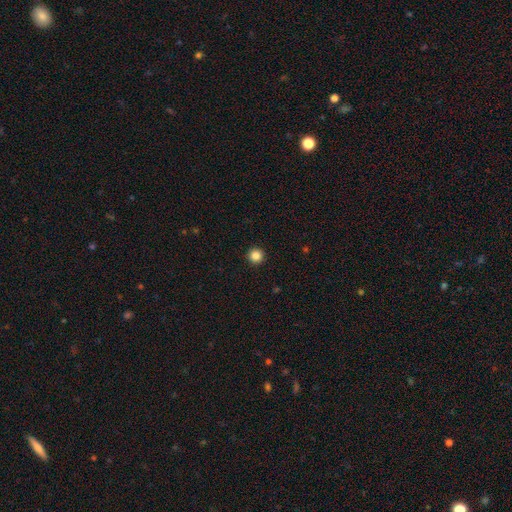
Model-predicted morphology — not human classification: This appears to be a smooth galaxy with no disk features (85%) that is round (96%). Merging: none (94%).